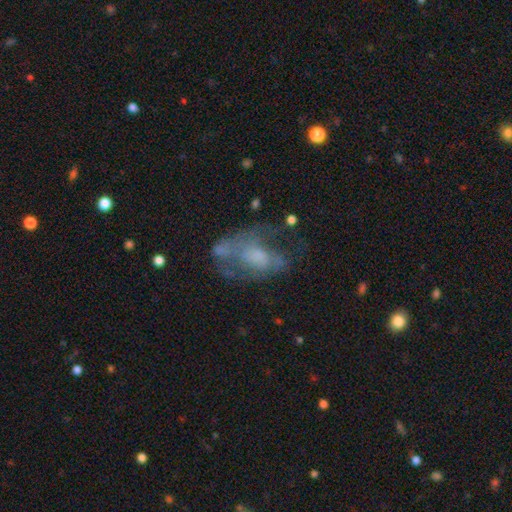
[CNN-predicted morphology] Smooth or featured? Predicted: featured or disk (p=0.59). Edge-on disk? Predicted: no (p=0.95). Bar? Predicted: no (p=0.75). Spiral arms? Predicted: no (p=0.57). Bulge size? Predicted: moderate (p=0.30, tied with none). Merging? Predicted: none (p=0.37).